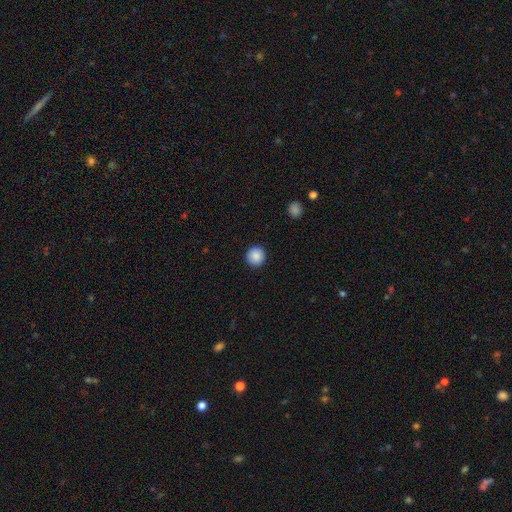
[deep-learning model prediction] This is clearly a smooth galaxy (88%). How rounded: clearly round (95%). Merging: clearly none (93%).